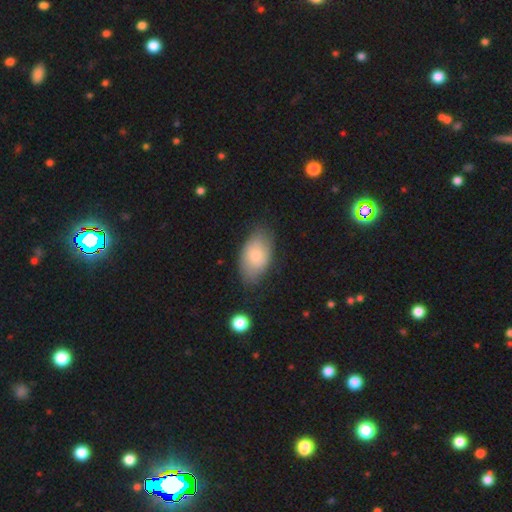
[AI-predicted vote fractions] A smooth galaxy with no disk features (68%) that is in between round and cigar-shaped (92%). Merging: none (72%).